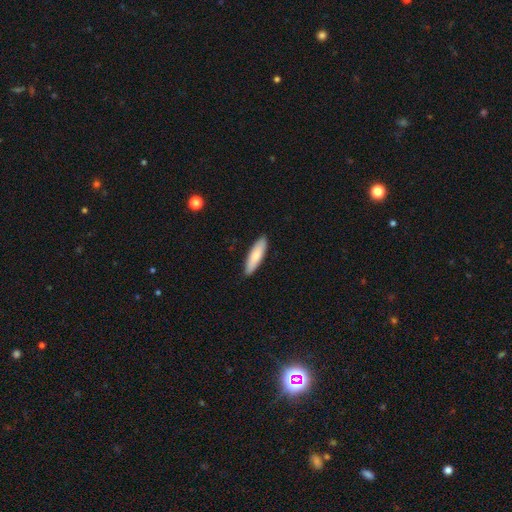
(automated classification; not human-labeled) Morphology: type=smooth (80%); roundness=cigar-shaped (64%); merging=none (90%).